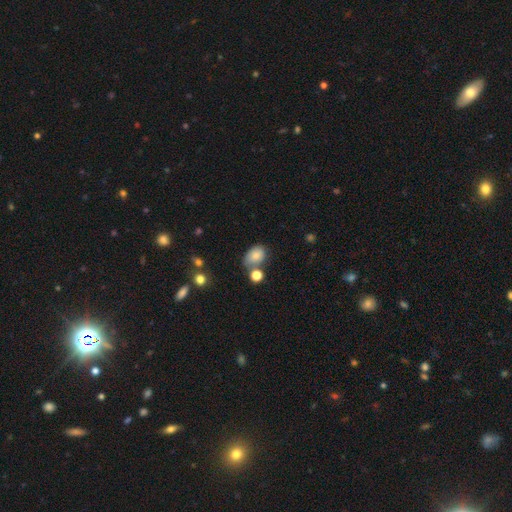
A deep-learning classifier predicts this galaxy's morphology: This is clearly a smooth galaxy (80%). How rounded: likely in between (78%). Merging: possibly none (53%).